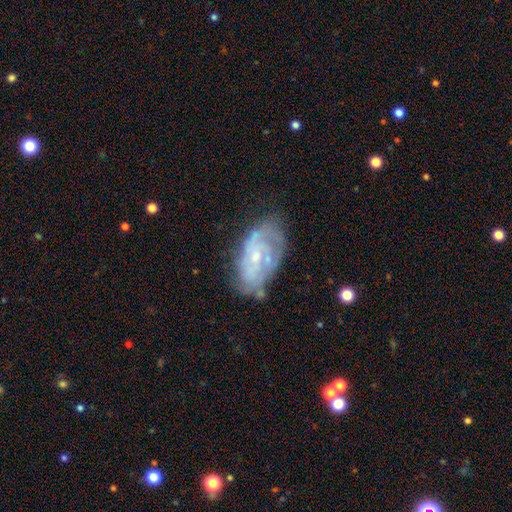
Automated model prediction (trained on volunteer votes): The model was most divided on "spiral arm count": can't tell: 41%, 2: 30%, 3: 15%, 4: 5%, 1: 5%, more than 4: 3%. More confident: edge-on disk — no (96%); spiral arms — yes (85%); smooth or featured — featured or disk (77%); bulge size — small (68%); bar — no (65%); merging — none (60%); spiral winding — tight (55%).